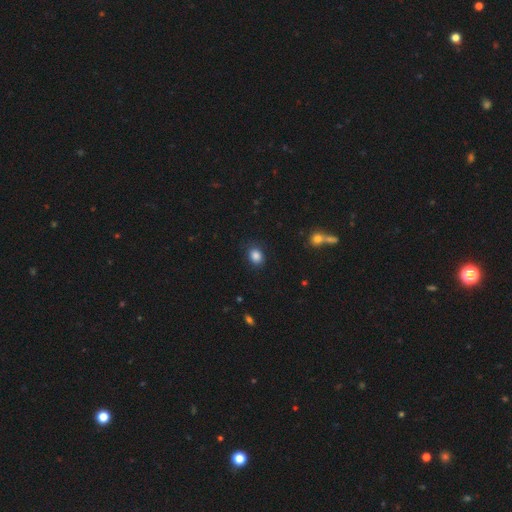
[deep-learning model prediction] Smooth or featured? Predicted: smooth (p=0.86). How rounded? Predicted: in between (p=0.54). Merging? Predicted: none (p=0.84).